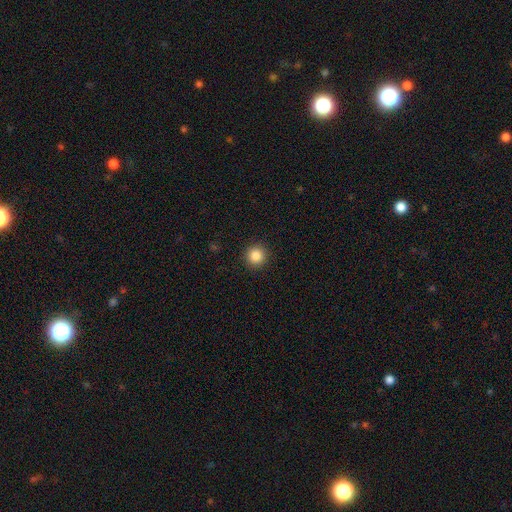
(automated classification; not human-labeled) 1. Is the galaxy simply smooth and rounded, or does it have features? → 85% smooth, 11% star or artifact, 4% featured or disk.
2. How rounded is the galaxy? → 95% round, 4% in between, 1% cigar-shaped.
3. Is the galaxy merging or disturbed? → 92% none, 5% minor disturbance, 2% major disturbance, 1% merger.